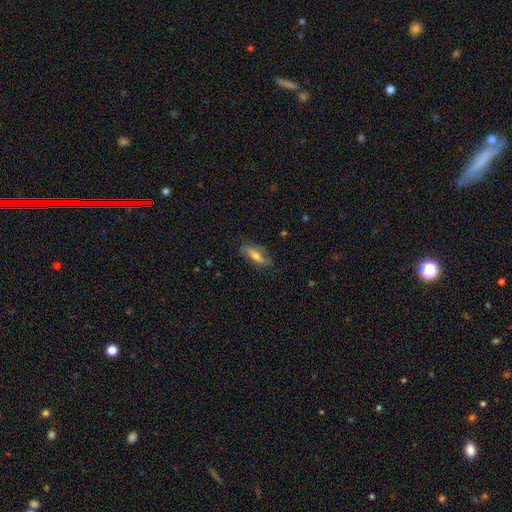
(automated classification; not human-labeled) Q: Smooth or featured?
A: smooth (58%); runner-up: featured or disk (34%)
Q: How rounded?
A: in between (64%); runner-up: cigar-shaped (34%)
Q: Merging?
A: none (74%); runner-up: minor disturbance (19%)